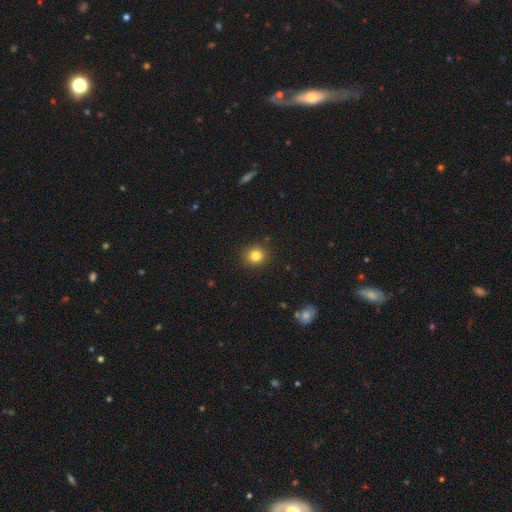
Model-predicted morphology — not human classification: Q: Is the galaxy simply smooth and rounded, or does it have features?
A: smooth — 83%.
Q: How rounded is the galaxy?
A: round — 86%.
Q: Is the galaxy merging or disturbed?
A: none — 89%.